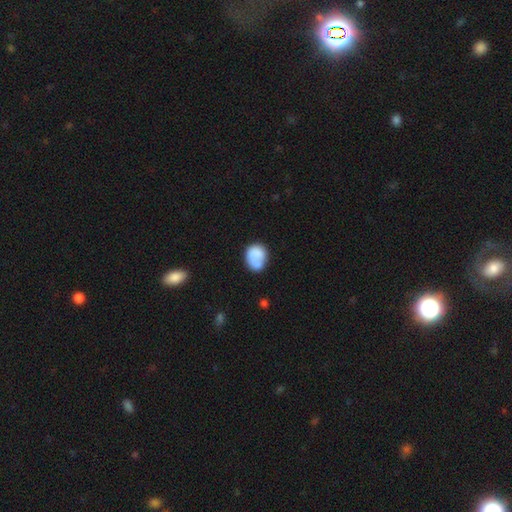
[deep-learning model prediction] This is likely a smooth galaxy (75%). How rounded: possibly round (54%). Merging: possibly none (54%).